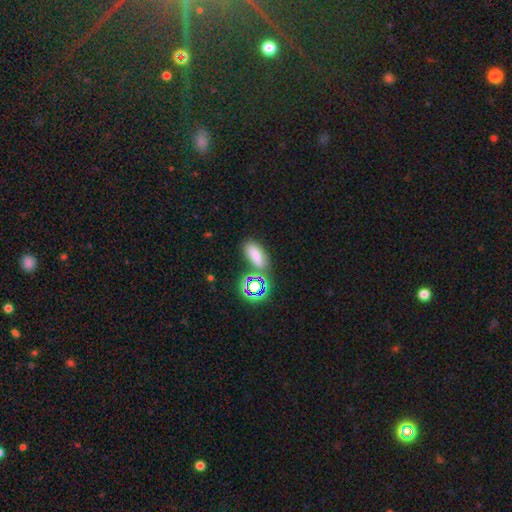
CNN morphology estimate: Smooth or featured? Predicted: smooth (p=0.64). How rounded? Predicted: in between (p=0.77). Merging? Predicted: none (p=0.63).